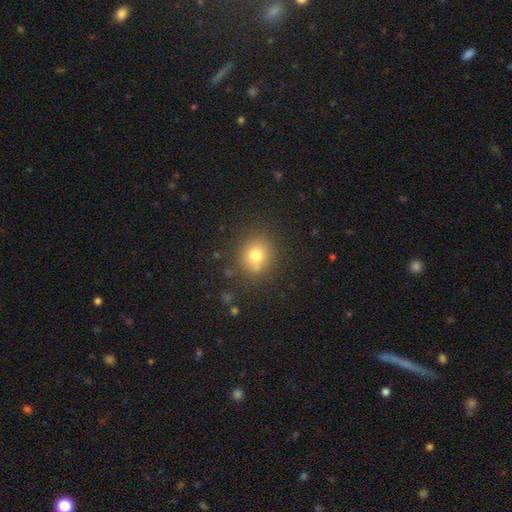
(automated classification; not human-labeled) Smooth or featured?
  - smooth: 77% *
  - star or artifact: 13%
  - featured or disk: 10%
How rounded?
  - round: 78% *
  - in between: 21%
  - cigar-shaped: 1%
Merging?
  - none: 80% *
  - minor disturbance: 11%
  - merger: 5%
  - major disturbance: 4%